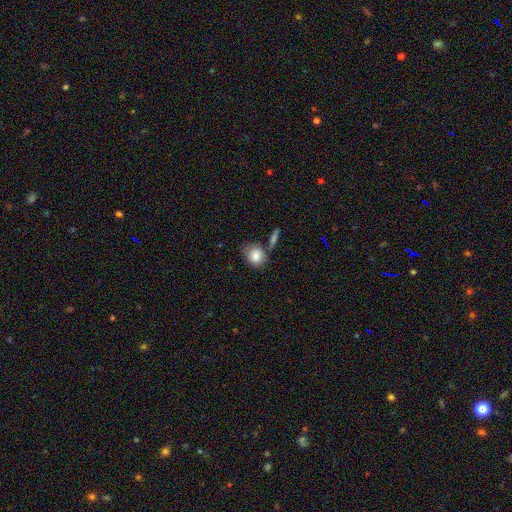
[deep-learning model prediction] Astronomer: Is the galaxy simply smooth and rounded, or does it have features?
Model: smooth — 83%.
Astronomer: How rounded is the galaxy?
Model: round — 67%.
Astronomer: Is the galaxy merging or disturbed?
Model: none — 57%.